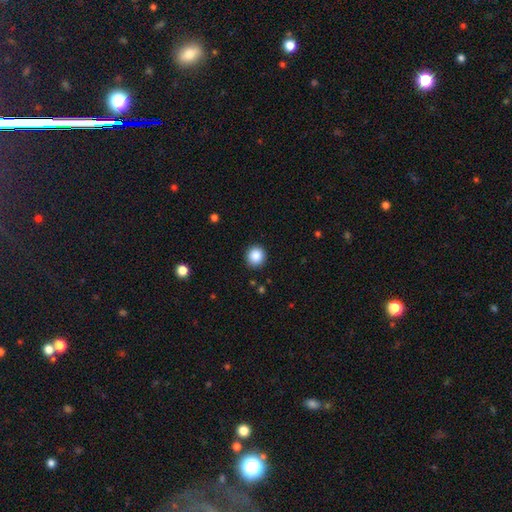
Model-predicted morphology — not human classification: smooth_or_featured: smooth (p=0.86) [alt: star or artifact p=0.10]
how_rounded: round (p=0.92) [alt: in between p=0.07]
merging: none (p=0.91) [alt: minor disturbance p=0.06]